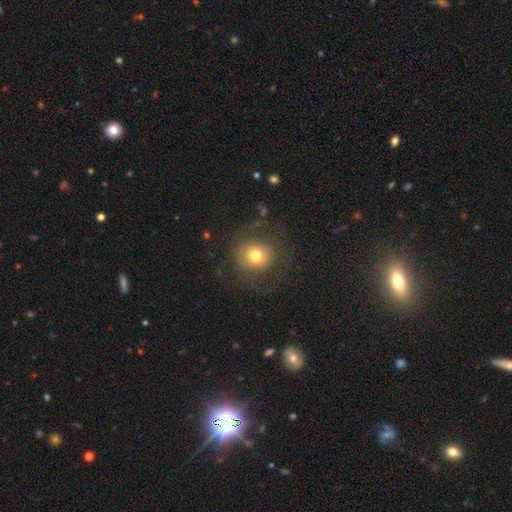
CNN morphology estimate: This is likely a smooth galaxy (71%). How rounded: clearly round (89%). Merging: likely none (75%).